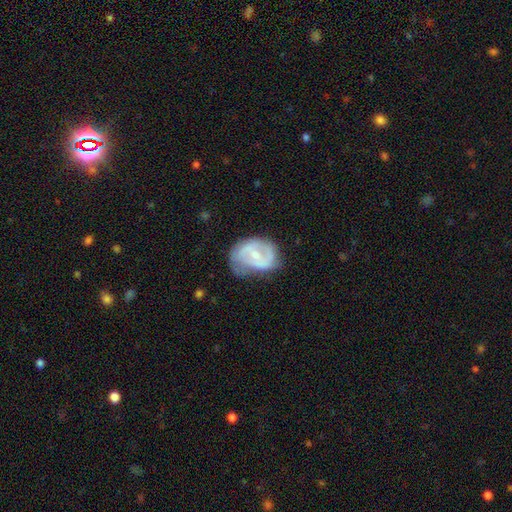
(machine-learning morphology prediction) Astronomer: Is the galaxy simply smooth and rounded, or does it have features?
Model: featured or disk — 69%.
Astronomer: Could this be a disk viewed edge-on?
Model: no — 97%.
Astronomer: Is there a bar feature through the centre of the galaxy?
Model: weak — 50% (runner-up: no, 30%).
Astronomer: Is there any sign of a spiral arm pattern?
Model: yes — 77%.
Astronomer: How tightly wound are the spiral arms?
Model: medium — 44% (runner-up: tight, 31%).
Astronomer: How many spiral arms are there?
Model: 2 — 66%.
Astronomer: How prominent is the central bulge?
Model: small — 56% (runner-up: moderate, 37%).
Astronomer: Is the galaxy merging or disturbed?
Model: none — 49% (runner-up: minor disturbance, 33%).